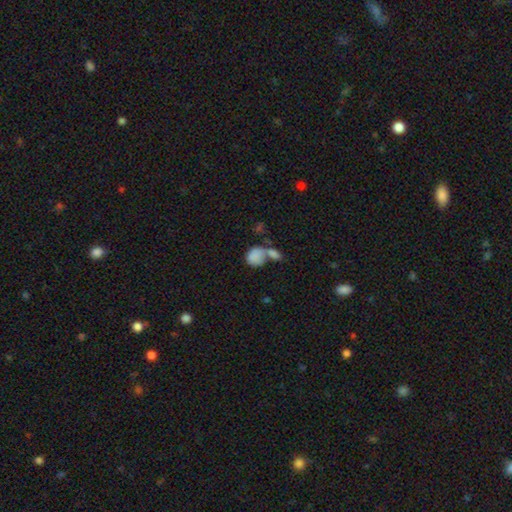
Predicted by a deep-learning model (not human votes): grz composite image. It shows a smooth galaxy with no disk features (80%) that is in between round and cigar-shaped (59%). Merging: merger (57%).